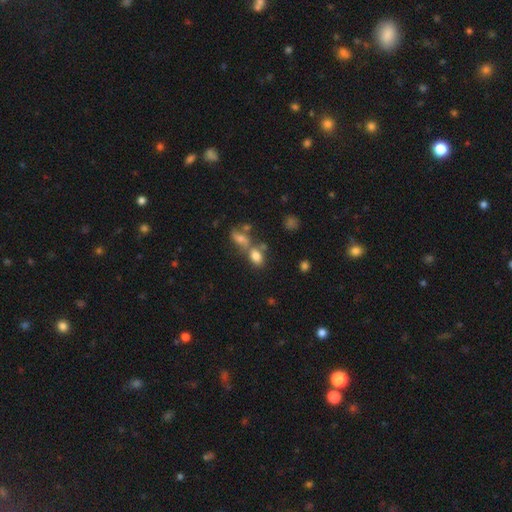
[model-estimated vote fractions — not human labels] A smooth galaxy with no disk features (78%) that is in between round and cigar-shaped (83%). Merging: none (42%).